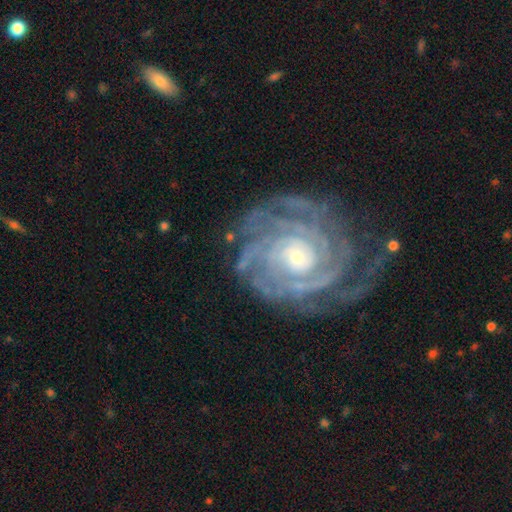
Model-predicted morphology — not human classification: featured or disk 90%, star or artifact 6%, smooth 4%. Down the decision tree: edge-on disk — no (97%); bar — no (72%); spiral arms — yes (98%); spiral arm count — can't tell (24%); spiral winding — tight (80%); bulge size — small (57%); merging — none (72%).